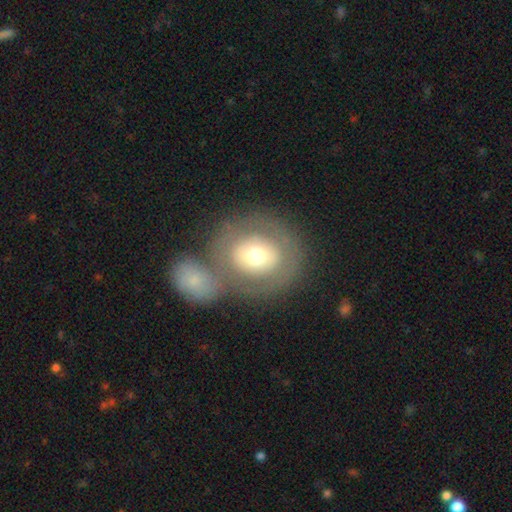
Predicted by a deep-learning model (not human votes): Smooth or featured: smooth — 56% (featured or disk — 36%)
How rounded: round — 77% (in between — 22%)
Merging: none — 50% (merger — 32%)